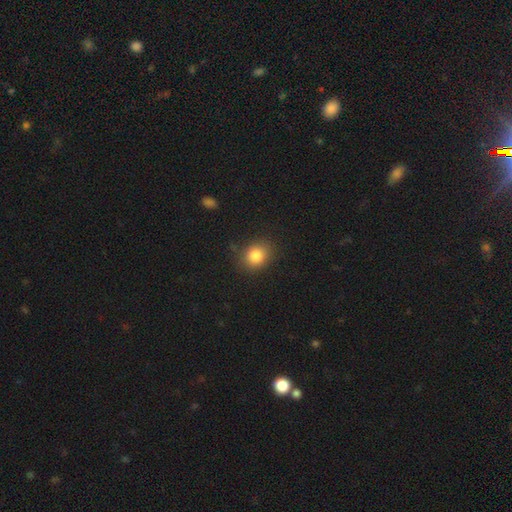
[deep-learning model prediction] Smooth or featured? smooth (84%)
How rounded? round (64%)
Merging? none (82%)